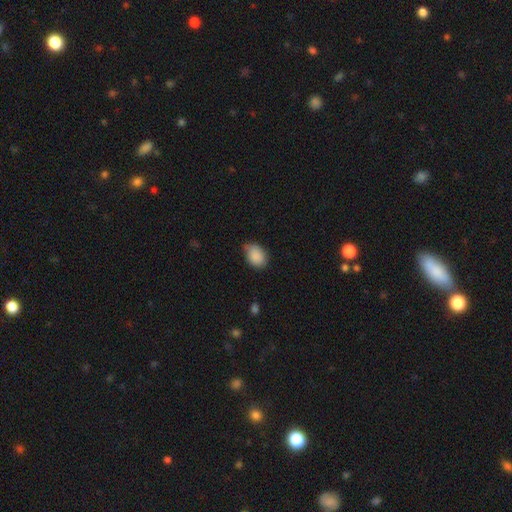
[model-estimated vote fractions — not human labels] Q: Smooth or featured?
A: smooth (88%); runner-up: star or artifact (7%)
Q: How rounded?
A: in between (70%); runner-up: round (29%)
Q: Merging?
A: none (56%); runner-up: minor disturbance (36%)